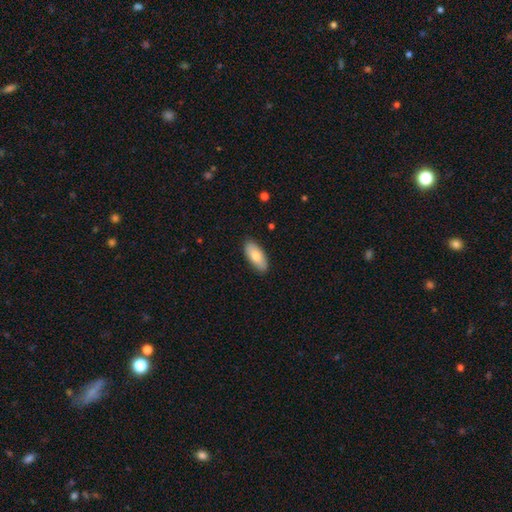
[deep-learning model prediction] The model was most divided on "smooth or featured": smooth: 79%, featured or disk: 15%, star or artifact: 6%. More confident: merging — none (88%); how rounded — in between (87%).